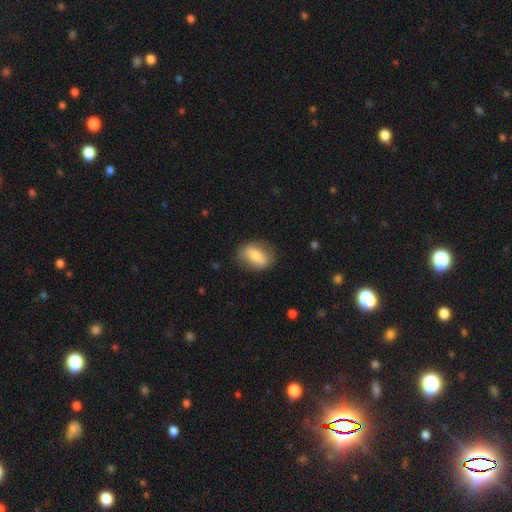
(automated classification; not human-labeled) Smooth or featured?
  - smooth: 68% *
  - featured or disk: 25%
  - star or artifact: 7%
How rounded?
  - in between: 79% *
  - round: 18%
  - cigar-shaped: 3%
Merging?
  - none: 78% *
  - minor disturbance: 16%
  - major disturbance: 5%
  - merger: 1%